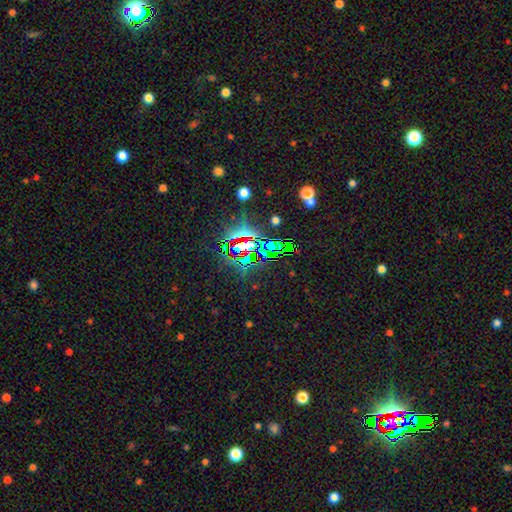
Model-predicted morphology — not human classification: Overall: star or artifact (78%).